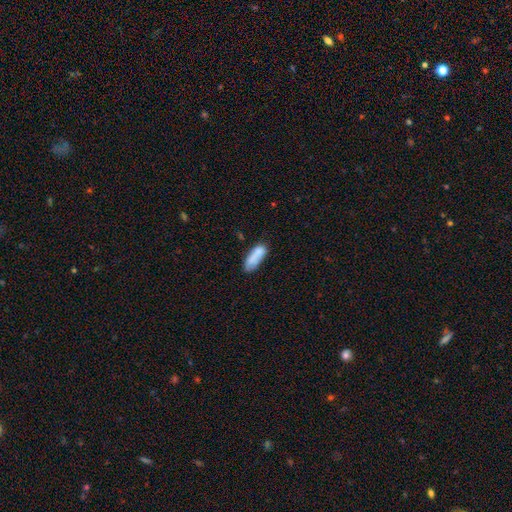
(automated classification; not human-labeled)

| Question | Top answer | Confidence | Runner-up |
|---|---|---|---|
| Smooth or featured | smooth | 79% | featured or disk (13%) |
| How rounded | in between | 68% | cigar-shaped (30%) |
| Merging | none | 57% | minor disturbance (26%) |